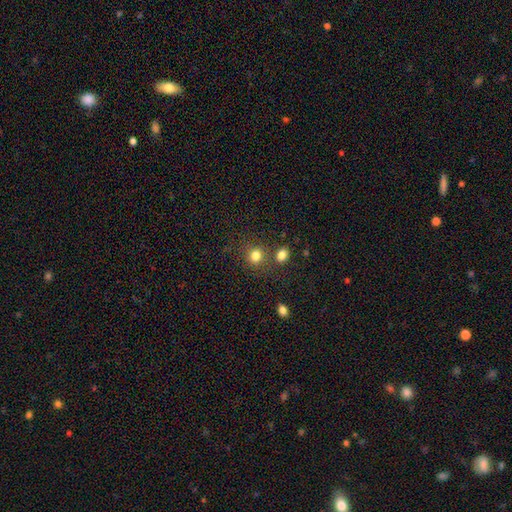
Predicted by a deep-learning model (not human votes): Smooth or featured? Predicted: smooth (p=0.81). How rounded? Predicted: round (p=0.78). Merging? Predicted: none (p=0.69).